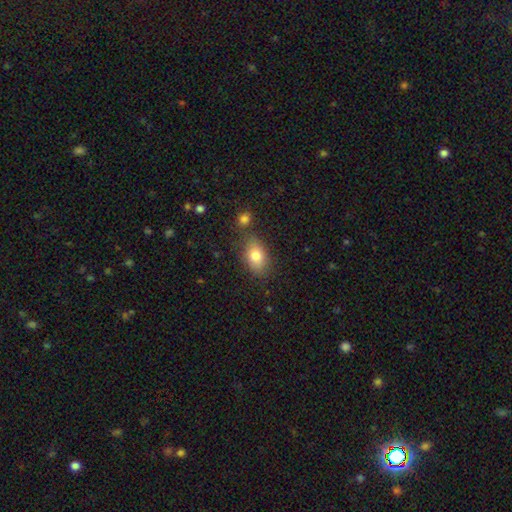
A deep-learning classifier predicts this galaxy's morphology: A smooth galaxy with no disk features (79%) that is in between round and cigar-shaped (84%). Merging: none (72%).